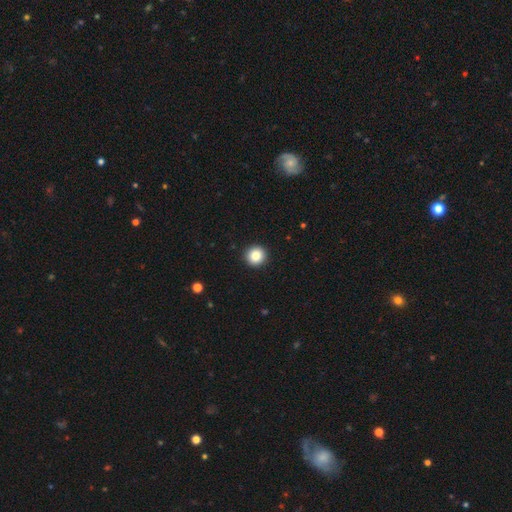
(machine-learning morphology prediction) Q: Smooth or featured?
A: smooth (86%); runner-up: star or artifact (9%)
Q: How rounded?
A: round (95%); runner-up: in between (4%)
Q: Merging?
A: none (93%); runner-up: minor disturbance (4%)